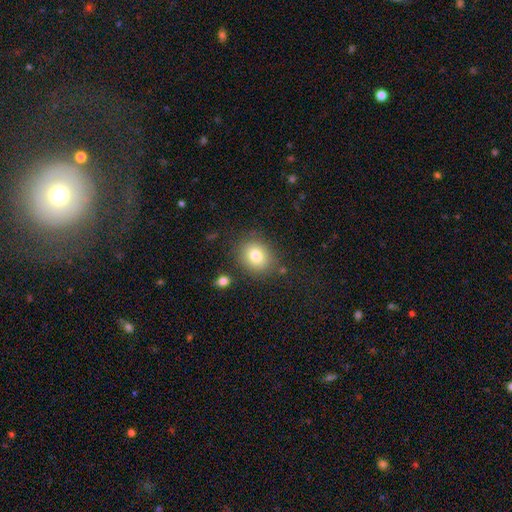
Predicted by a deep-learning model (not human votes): Smooth or featured?
  - smooth: 79% *
  - star or artifact: 11%
  - featured or disk: 10%
How rounded?
  - round: 63% *
  - in between: 36%
  - cigar-shaped: 1%
Merging?
  - none: 81% *
  - minor disturbance: 11%
  - major disturbance: 4%
  - merger: 4%